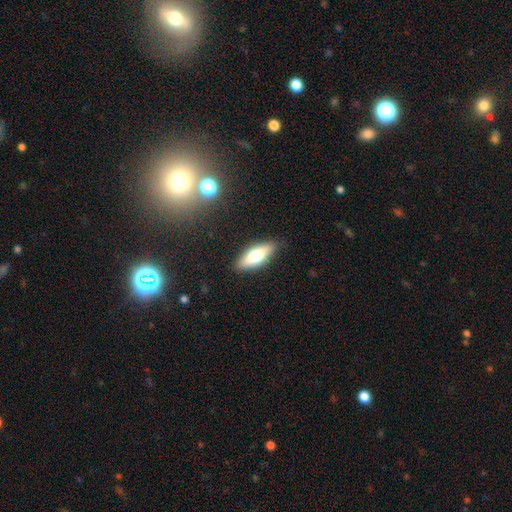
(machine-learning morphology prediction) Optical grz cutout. It shows a smooth galaxy with no disk features (64%) that is in between round and cigar-shaped (62%). Merging: none (87%).